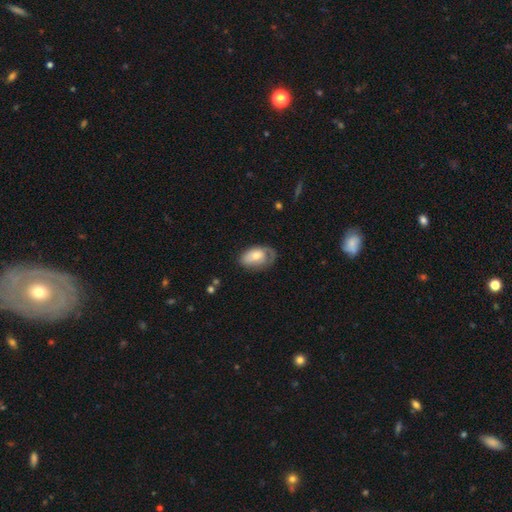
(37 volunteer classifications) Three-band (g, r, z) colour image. It shows a smooth galaxy with no disk features (73%) that is in between round and cigar-shaped (85%). Merging: minor disturbance (36%).